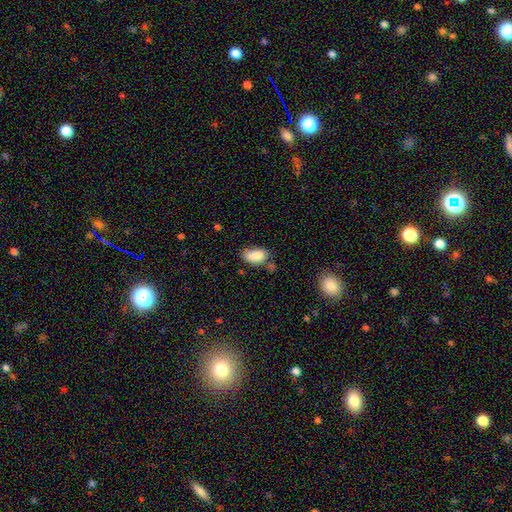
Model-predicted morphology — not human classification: Smooth or featured: smooth — 85% (star or artifact — 8%)
How rounded: in between — 92% (round — 4%)
Merging: none — 58% (minor disturbance — 25%)